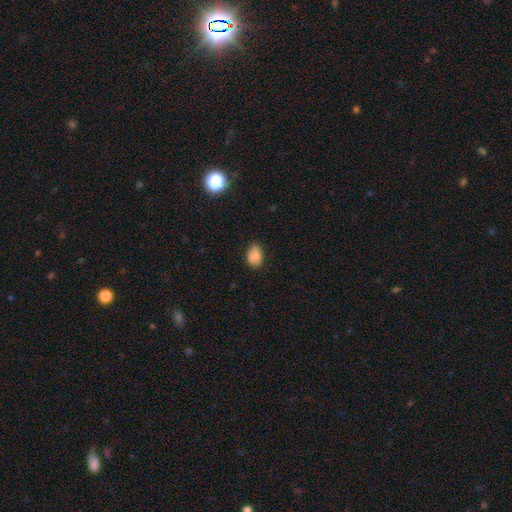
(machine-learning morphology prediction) type=smooth (80%); roundness=in between (85%); merging=none (77%).